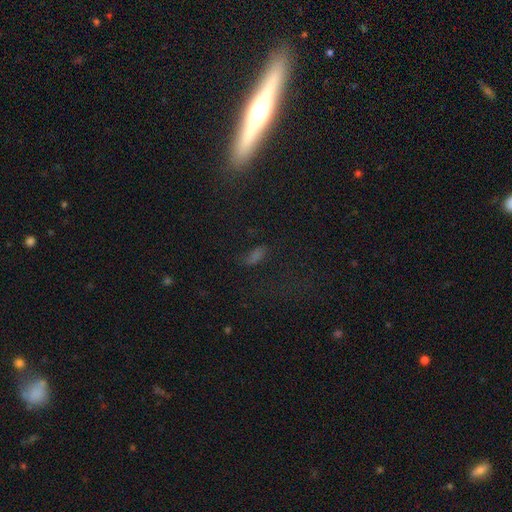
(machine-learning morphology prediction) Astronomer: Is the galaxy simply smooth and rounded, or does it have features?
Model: smooth — 50% (runner-up: star or artifact, 33%).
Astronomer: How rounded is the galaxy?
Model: in between — 70%.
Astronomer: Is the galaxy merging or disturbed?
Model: none — 60%.